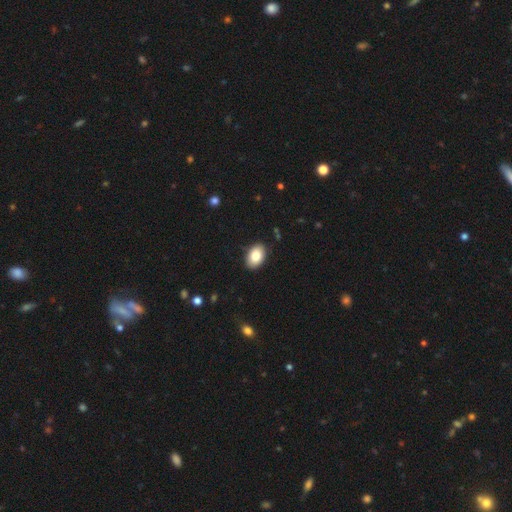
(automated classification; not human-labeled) Overall: smooth (84%). How rounded: in between (88%). Merging: none (89%).